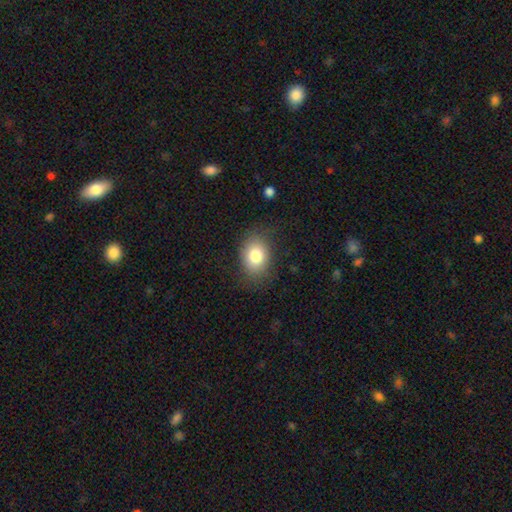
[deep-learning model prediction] Morphology: type=smooth (80%); roundness=in between (66%); merging=none (79%).